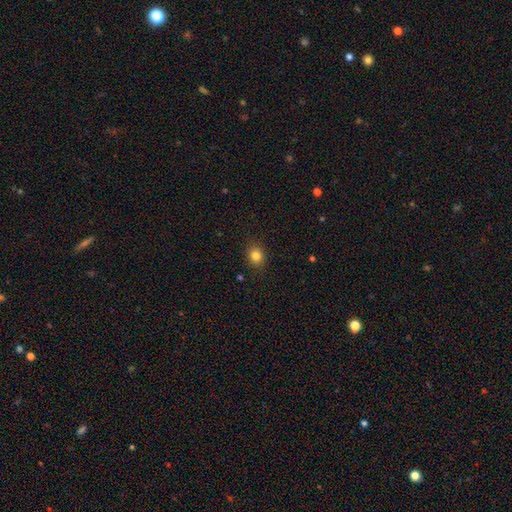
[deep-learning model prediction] smooth-or-featured: smooth: 83% | star or artifact: 12% | featured or disk: 6%
  how-rounded: round: 64% | in between: 35% | cigar-shaped: 1%
  merging: none: 88% | minor disturbance: 8% | major disturbance: 2% | merger: 1%